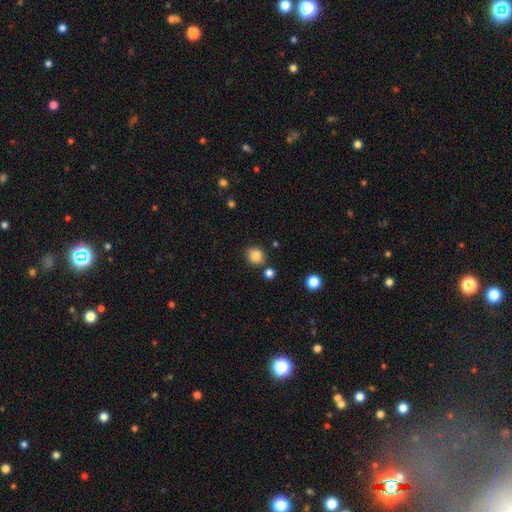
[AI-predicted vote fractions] This appears to be a smooth galaxy with no disk features (85%) that is round (82%). Merging: none (80%).